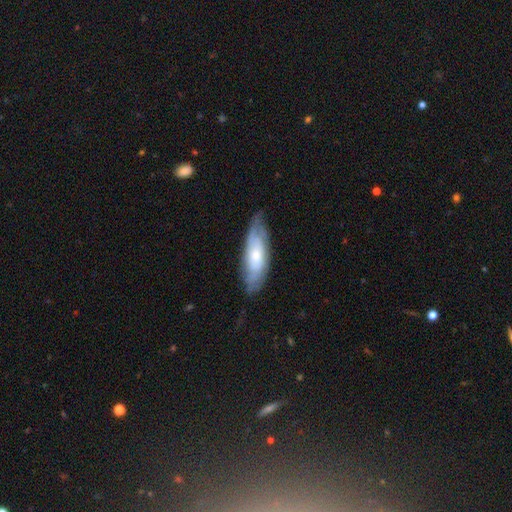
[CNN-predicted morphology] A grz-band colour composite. It shows a featured or disk galaxy (54%). Merging: none (69%).